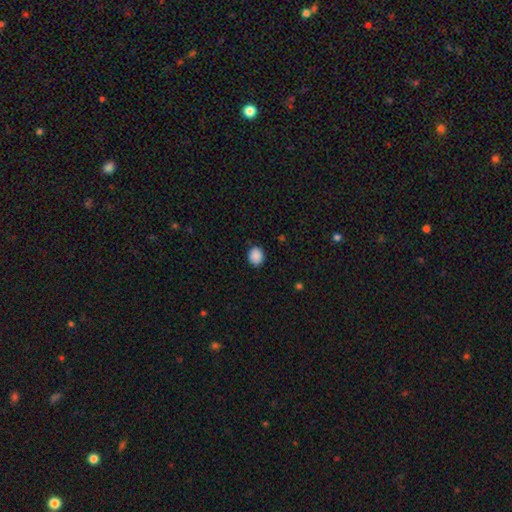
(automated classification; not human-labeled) Smooth or featured? Predicted: smooth (p=0.89). How rounded? Predicted: round (p=0.65). Merging? Predicted: none (p=0.87).